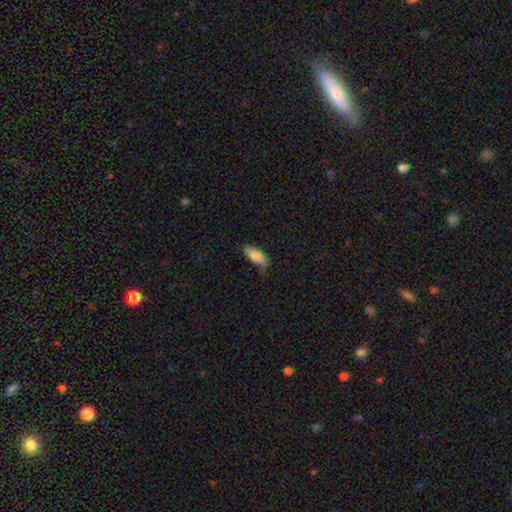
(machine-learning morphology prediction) Q: Smooth or featured?
A: smooth (82%); runner-up: featured or disk (12%)
Q: How rounded?
A: in between (77%); runner-up: cigar-shaped (21%)
Q: Merging?
A: none (70%); runner-up: minor disturbance (25%)